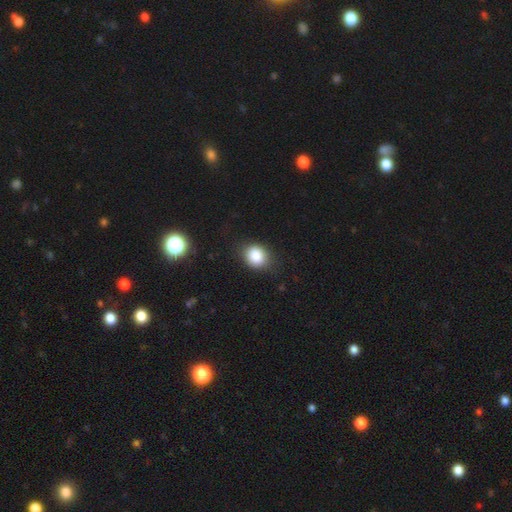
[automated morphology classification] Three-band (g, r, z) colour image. It shows a smooth galaxy with no disk features (85%) that is round (60%). Merging: none (80%).